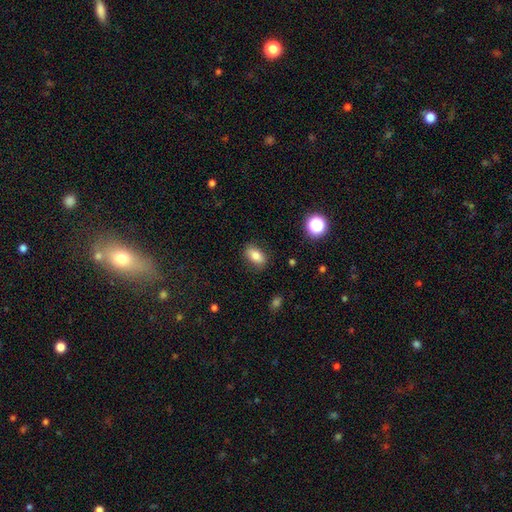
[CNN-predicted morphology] Smooth or featured? smooth (80%)
How rounded? in between (86%)
Merging? none (84%)